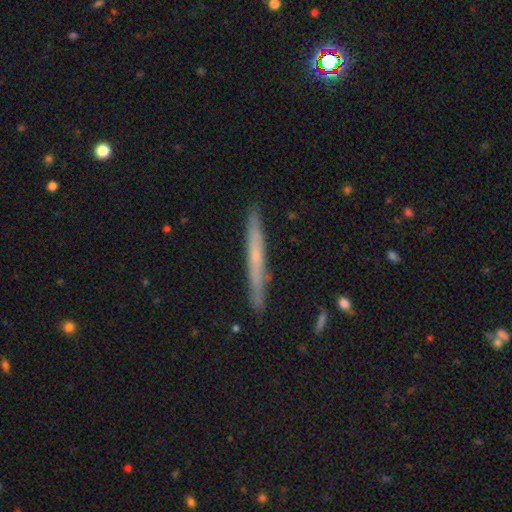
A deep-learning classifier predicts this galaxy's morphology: The model was most divided on "smooth or featured": featured or disk: 55%, smooth: 38%, star or artifact: 6%. More confident: edge-on disk — yes (95%); merging — none (89%); edge-on bulge — none (61%).